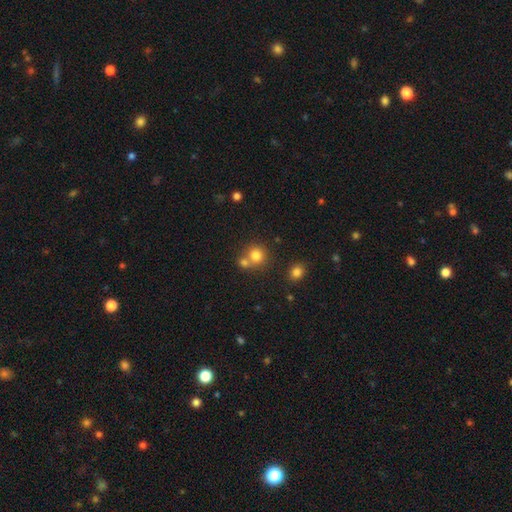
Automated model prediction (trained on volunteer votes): Smooth or featured? smooth (79%)
How rounded? round (88%)
Merging? none (54%)